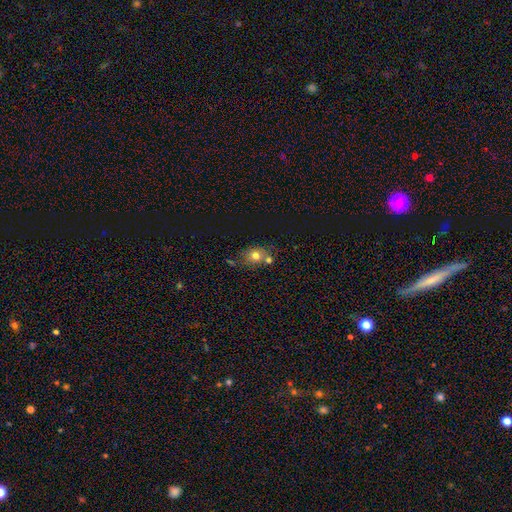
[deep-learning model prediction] Smooth or featured: smooth — 73% (featured or disk — 15%)
How rounded: round — 53% (in between — 45%)
Merging: none — 56% (merger — 22%)